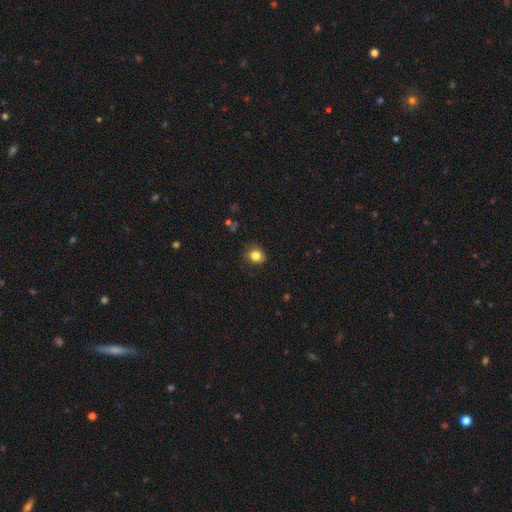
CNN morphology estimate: smooth 83%, star or artifact 11%, featured or disk 6%. Down the decision tree: how rounded — round (70%); merging — none (79%).